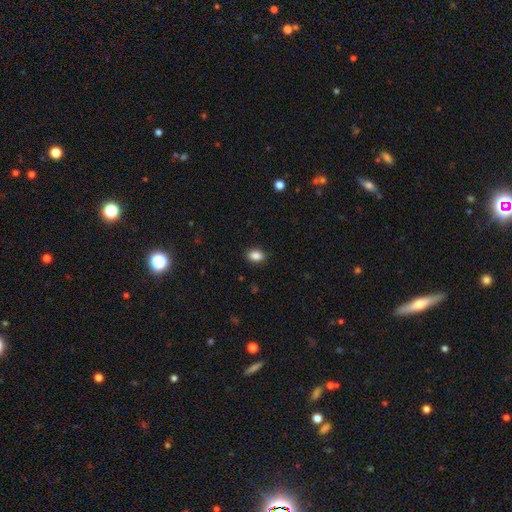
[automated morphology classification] Smooth or featured?
  - smooth: 88% *
  - star or artifact: 9%
  - featured or disk: 3%
How rounded?
  - in between: 81% *
  - round: 17%
  - cigar-shaped: 1%
Merging?
  - none: 89% *
  - minor disturbance: 8%
  - major disturbance: 2%
  - merger: 1%